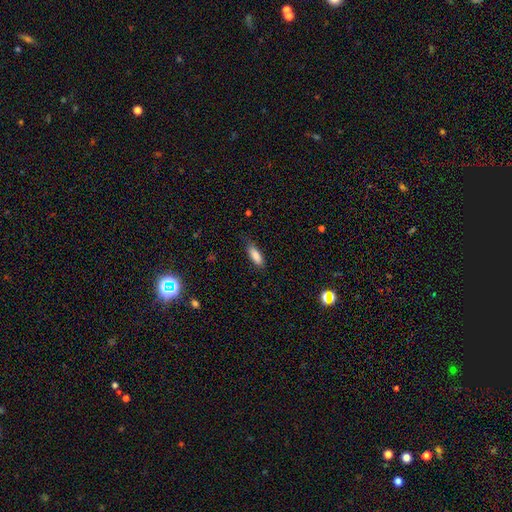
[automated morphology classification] Overall: smooth (86%). How rounded: in between (67%; cigar-shaped 31%). Merging: none (72%).